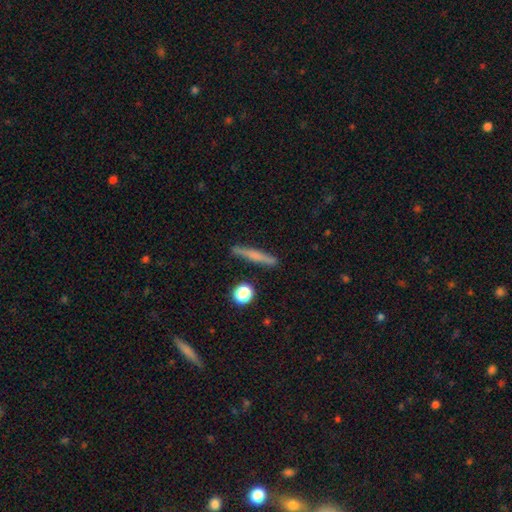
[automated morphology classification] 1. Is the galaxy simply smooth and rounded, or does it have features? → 50% smooth, 41% featured or disk, 8% star or artifact.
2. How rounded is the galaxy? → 91% cigar-shaped, 5% in between, 4% round.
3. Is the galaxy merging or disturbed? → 86% none, 9% minor disturbance, 2% merger, 2% major disturbance.